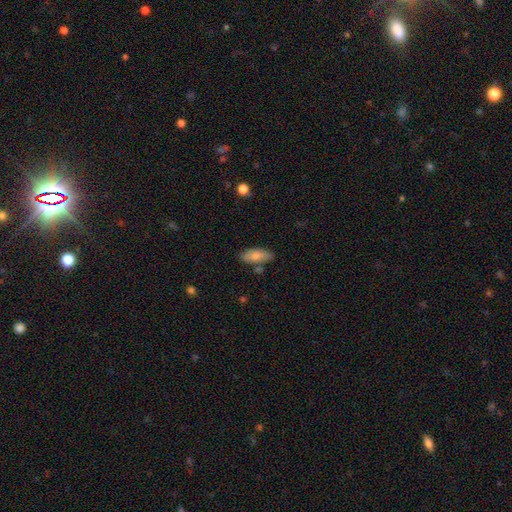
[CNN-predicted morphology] The model was most divided on "merging": none: 72%, minor disturbance: 17%, merger: 7%, major disturbance: 4%. More confident: smooth or featured — smooth (81%); how rounded — in between (78%).